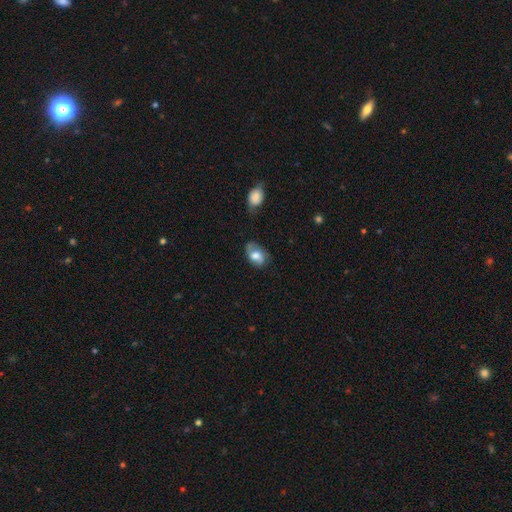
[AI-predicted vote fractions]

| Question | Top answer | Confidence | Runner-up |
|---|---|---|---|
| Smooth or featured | smooth | 59% | featured or disk (33%) |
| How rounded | in between | 86% | round (13%) |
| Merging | none | 59% | minor disturbance (29%) |